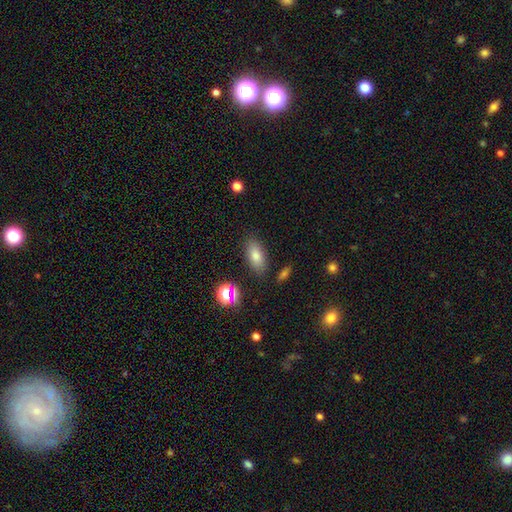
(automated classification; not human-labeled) The model was most divided on "smooth or featured": smooth: 76%, featured or disk: 12%, star or artifact: 12%. More confident: how rounded — in between (85%); merging — none (83%).